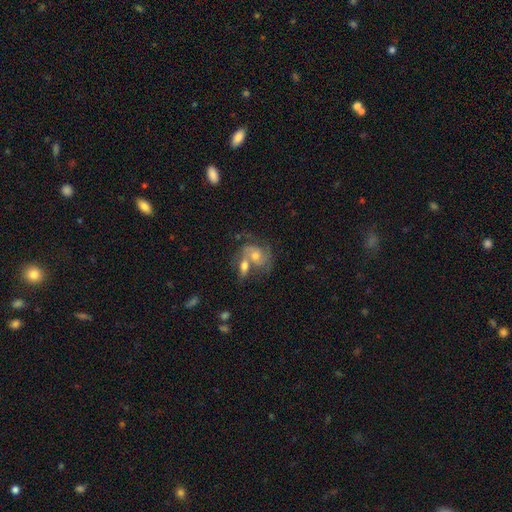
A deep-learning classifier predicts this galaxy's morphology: A featured or disk galaxy (59%) with no bar (73%), spiral arms (78%) and a moderate central bulge (61%).

Vote fractions:
- Smooth or featured? featured or disk: 59% / smooth: 33% / star or artifact: 8%
- Edge-on disk? no: 96% / yes: 4%
- Bar? no: 73% / weak: 23% / strong: 4%
- Spiral arms? yes: 78% / no: 22%
- Bulge size? moderate: 61% / small: 25% / large: 9% / none: 4% / dominant: 2%
- Merging? merger: 51% / none: 26% / minor disturbance: 13% / major disturbance: 10%